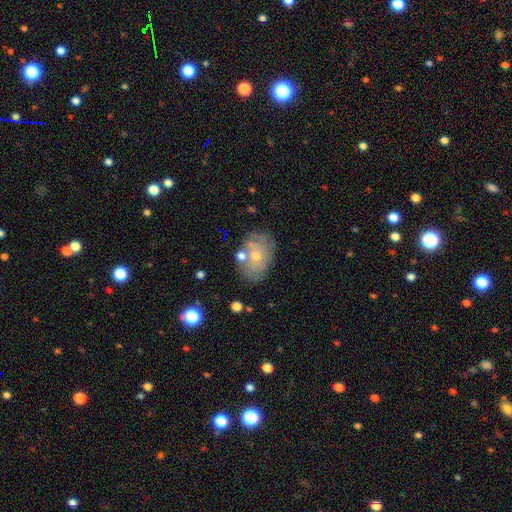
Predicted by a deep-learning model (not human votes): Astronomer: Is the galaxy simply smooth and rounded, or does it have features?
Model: featured or disk — 54% (runner-up: smooth, 35%).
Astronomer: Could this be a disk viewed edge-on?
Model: no — 95%.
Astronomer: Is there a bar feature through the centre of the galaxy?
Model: no — 86%.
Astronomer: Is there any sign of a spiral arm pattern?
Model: yes — 62% (runner-up: no, 38%).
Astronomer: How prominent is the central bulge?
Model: small — 65%.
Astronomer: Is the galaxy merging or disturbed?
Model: none — 70%.